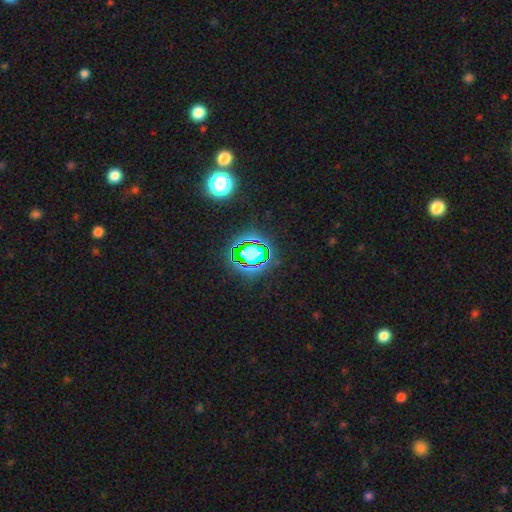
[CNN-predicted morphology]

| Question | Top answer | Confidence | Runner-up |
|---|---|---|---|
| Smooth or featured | star or artifact | 73% | smooth (17%) |